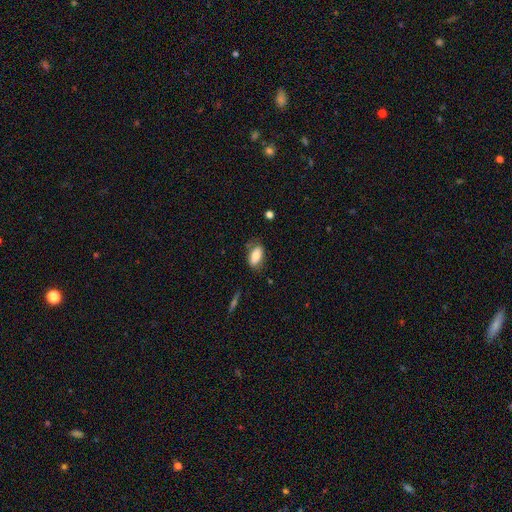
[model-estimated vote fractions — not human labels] This is likely a smooth galaxy (78%). How rounded: clearly in between (90%). Merging: likely none (68%).